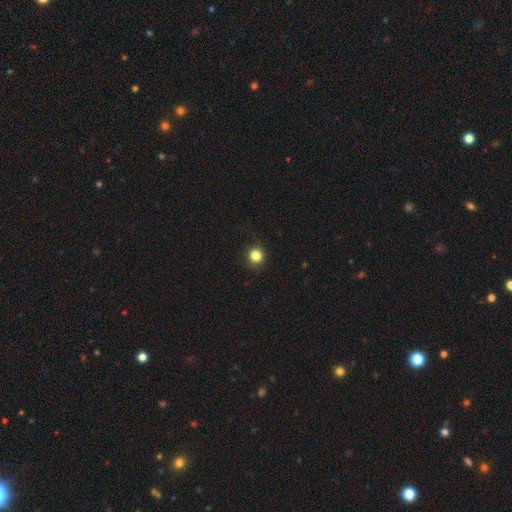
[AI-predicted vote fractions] This appears to be a smooth galaxy with no disk features (84%) that is round (93%). Merging: none (90%).